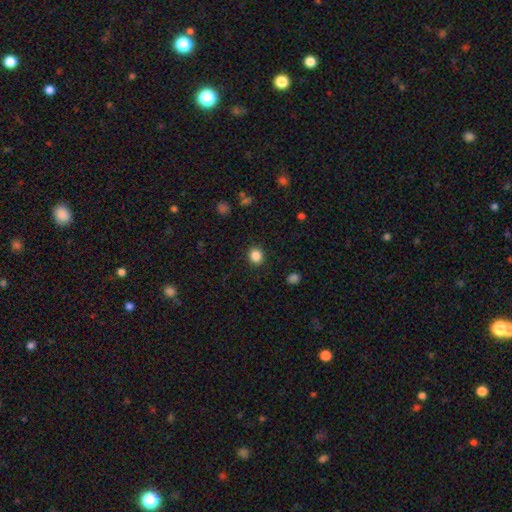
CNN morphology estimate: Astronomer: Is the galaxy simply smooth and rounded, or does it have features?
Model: smooth — 86%.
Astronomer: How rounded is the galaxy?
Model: round — 77%.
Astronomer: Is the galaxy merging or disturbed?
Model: none — 90%.